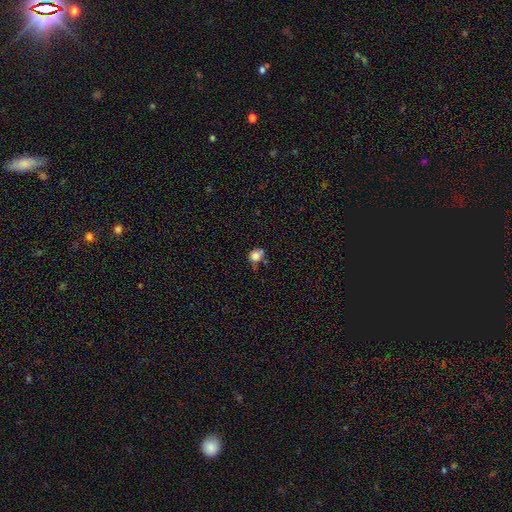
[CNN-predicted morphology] Smooth or featured: smooth — 82% (star or artifact — 11%)
How rounded: round — 64% (in between — 35%)
Merging: none — 57% (minor disturbance — 26%)